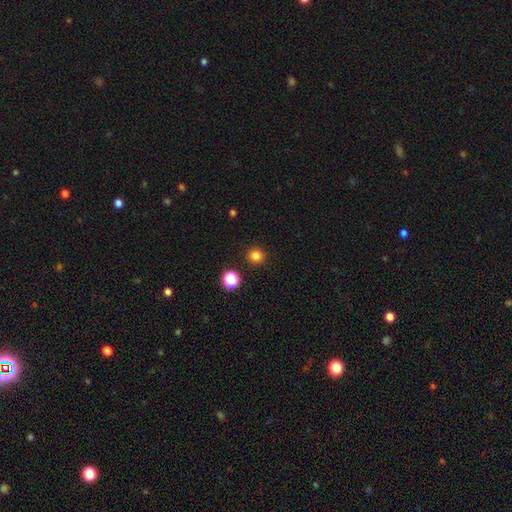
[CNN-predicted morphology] Overall: smooth (82%). How rounded: round (93%). Merging: none (91%).